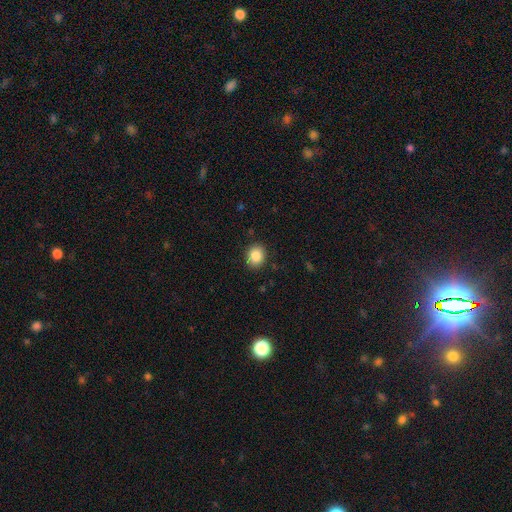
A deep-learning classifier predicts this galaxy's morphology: Smooth or featured: smooth — 87% (star or artifact — 9%)
How rounded: round — 66% (in between — 34%)
Merging: none — 88% (minor disturbance — 9%)